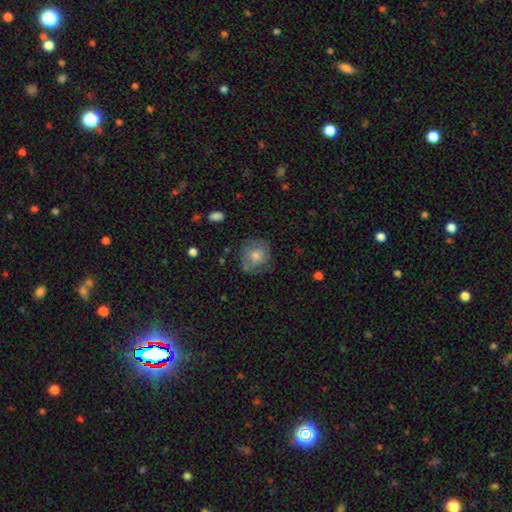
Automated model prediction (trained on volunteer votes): Q: Smooth or featured?
A: smooth (56%); runner-up: featured or disk (34%)
Q: How rounded?
A: round (83%); runner-up: in between (15%)
Q: Merging?
A: none (73%); runner-up: minor disturbance (19%)